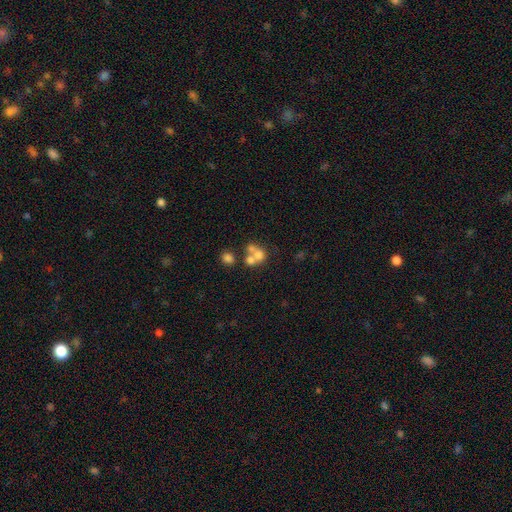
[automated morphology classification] Smooth or featured? smooth (61%)
How rounded? round (68%)
Merging? merger (57%)